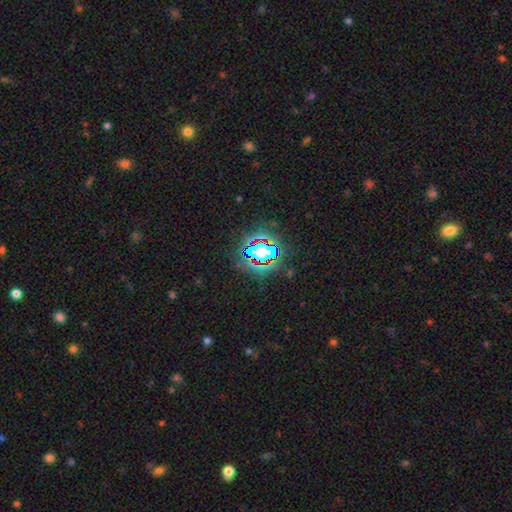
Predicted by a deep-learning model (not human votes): Smooth or featured?
  - star or artifact: 68% *
  - smooth: 20%
  - featured or disk: 12%